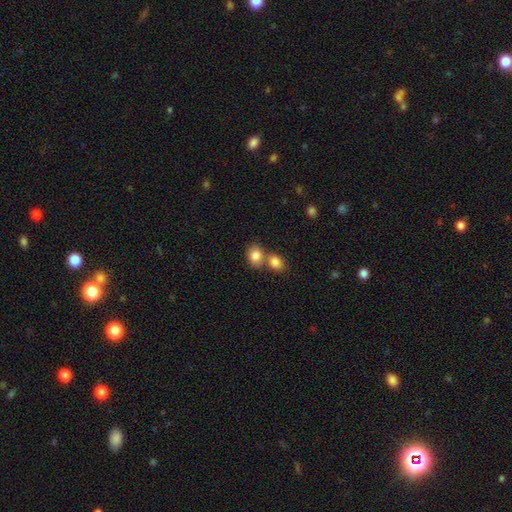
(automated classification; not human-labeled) Overall: smooth (84%). How rounded: in between (54%; round 45%). Merging: merger (47%; none 41%).